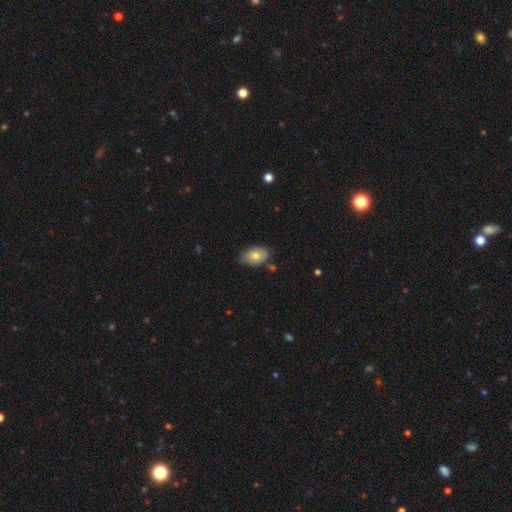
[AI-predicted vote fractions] smooth_or_featured: smooth (p=0.77) [alt: featured or disk p=0.17]
how_rounded: in between (p=0.89) [alt: round p=0.10]
merging: none (p=0.71) [alt: minor disturbance p=0.22]